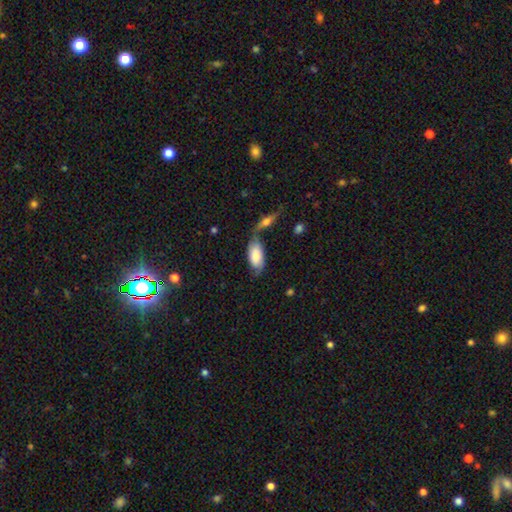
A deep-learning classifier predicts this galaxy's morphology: This is likely a smooth galaxy (72%). How rounded: clearly in between (91%). Merging: marginally none (44%).